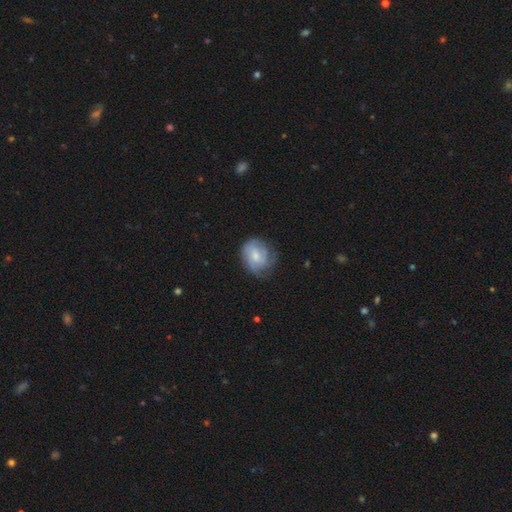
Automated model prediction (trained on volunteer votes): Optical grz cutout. It shows a featured or disk galaxy (53%) with no bar (59%), spiral arms (82%) and a moderate central bulge (46%). Merging: none (64%).